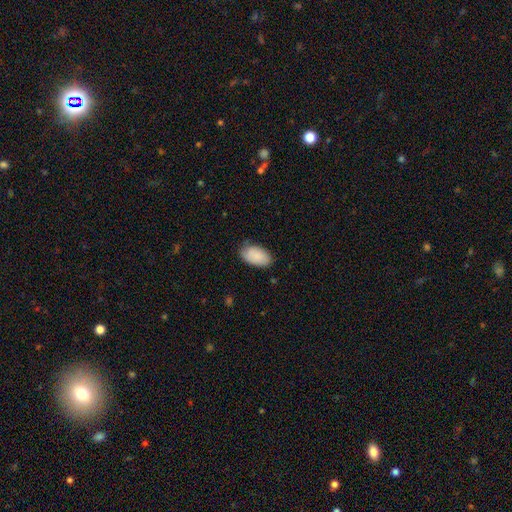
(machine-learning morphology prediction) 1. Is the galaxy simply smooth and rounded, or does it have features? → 84% smooth, 10% featured or disk, 6% star or artifact.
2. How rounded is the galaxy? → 94% in between, 4% round, 1% cigar-shaped.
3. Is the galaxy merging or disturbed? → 71% none, 24% minor disturbance, 4% major disturbance, 1% merger.